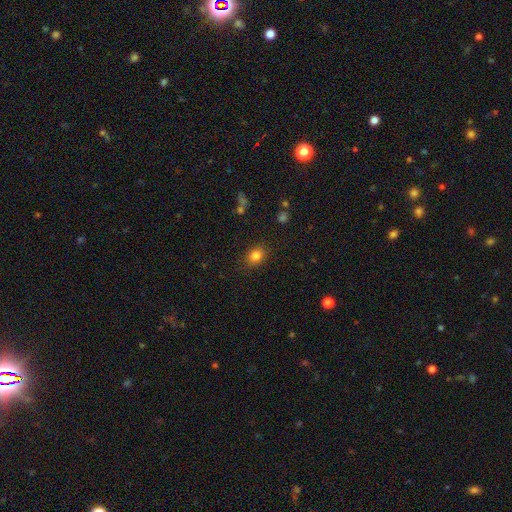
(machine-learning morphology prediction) Q: Smooth or featured?
A: smooth (83%); runner-up: star or artifact (11%)
Q: How rounded?
A: round (52%); runner-up: in between (47%)
Q: Merging?
A: none (85%); runner-up: minor disturbance (11%)